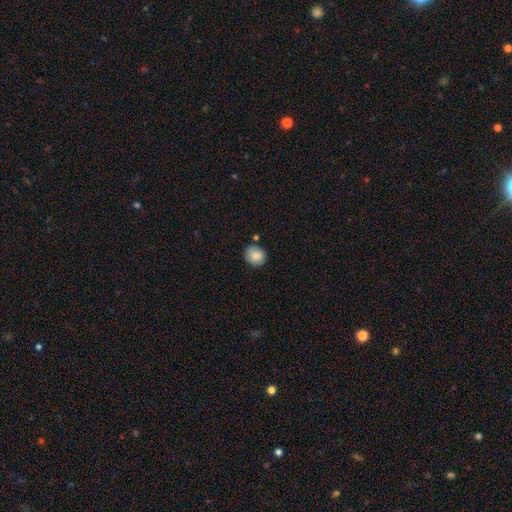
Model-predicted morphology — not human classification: This appears to be a smooth galaxy with no disk features (83%) that is round (79%). Merging: none (79%).